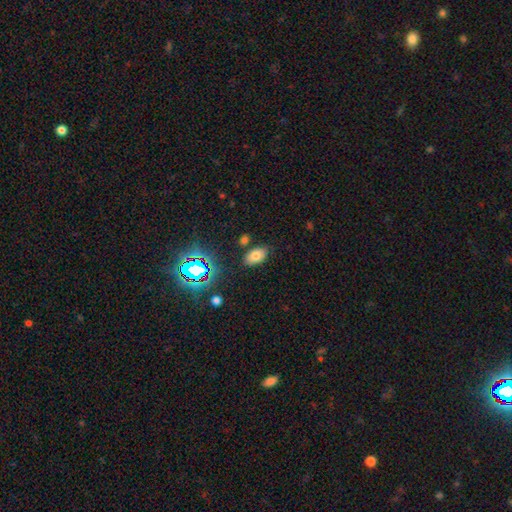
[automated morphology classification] Overall: smooth (71%). How rounded: in between (90%). Merging: none (80%).